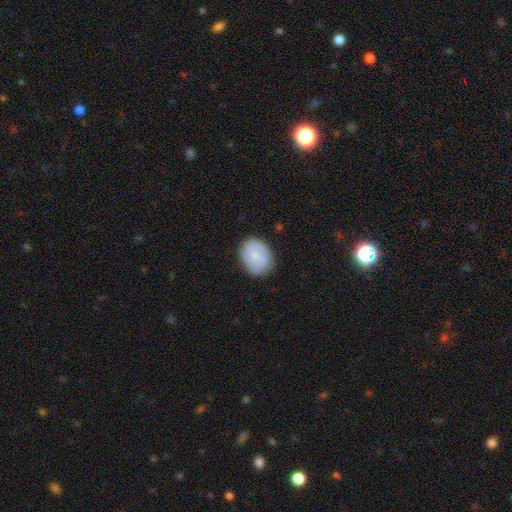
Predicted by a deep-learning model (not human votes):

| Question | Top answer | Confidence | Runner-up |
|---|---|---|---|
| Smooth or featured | smooth | 53% | featured or disk (40%) |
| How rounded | round | 53% | in between (46%) |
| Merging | none | 82% | minor disturbance (13%) |